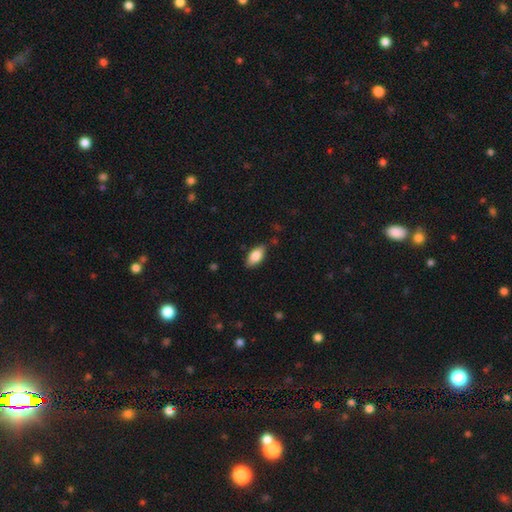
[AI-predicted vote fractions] smooth 82%, featured or disk 11%, star or artifact 6%. Down the decision tree: how rounded — in between (91%); merging — none (83%).